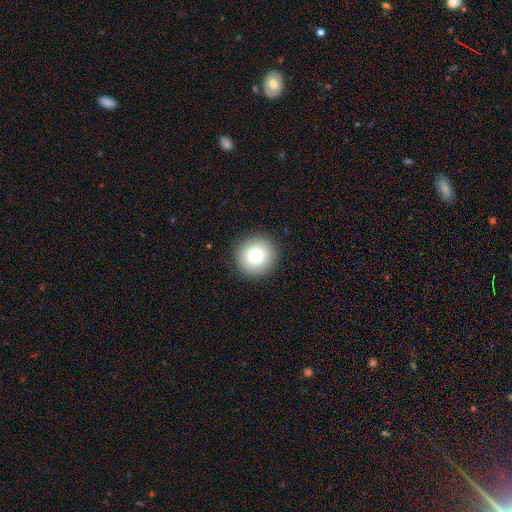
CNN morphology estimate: A smooth galaxy with no disk features (78%) that is round (95%).

Vote fractions:
- Smooth or featured? smooth: 78% / featured or disk: 11% / star or artifact: 11%
- How rounded? round: 95% / in between: 4% / cigar-shaped: 1%
- Merging? none: 92% / minor disturbance: 5% / major disturbance: 2% / merger: 1%